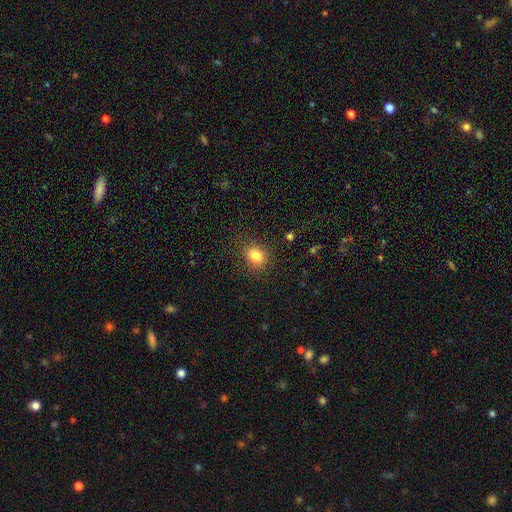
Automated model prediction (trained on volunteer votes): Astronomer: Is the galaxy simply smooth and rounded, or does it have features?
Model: smooth — 82%.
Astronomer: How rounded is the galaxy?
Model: in between — 51% (runner-up: round, 48%).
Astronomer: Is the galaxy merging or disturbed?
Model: none — 83%.